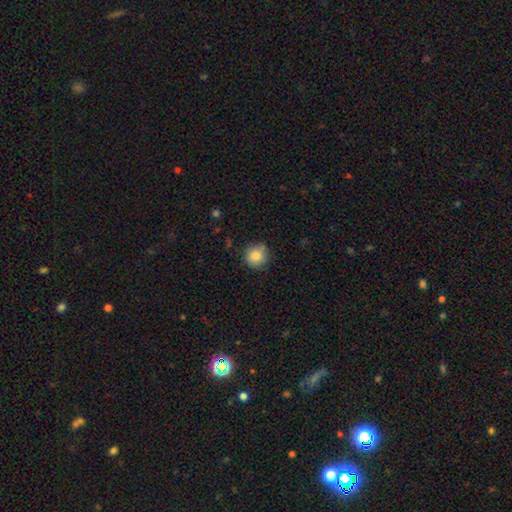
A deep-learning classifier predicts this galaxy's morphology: Smooth or featured: smooth — 83% (star or artifact — 10%)
How rounded: round — 93% (in between — 6%)
Merging: none — 83% (minor disturbance — 11%)